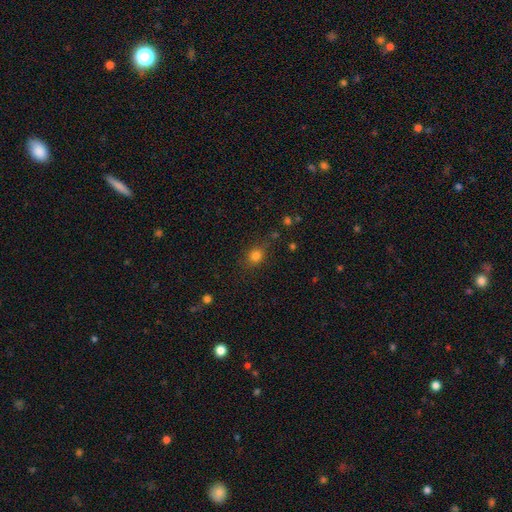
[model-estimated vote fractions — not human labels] Smooth or featured? Predicted: smooth (p=0.80). How rounded? Predicted: round (p=0.65). Merging? Predicted: none (p=0.79).